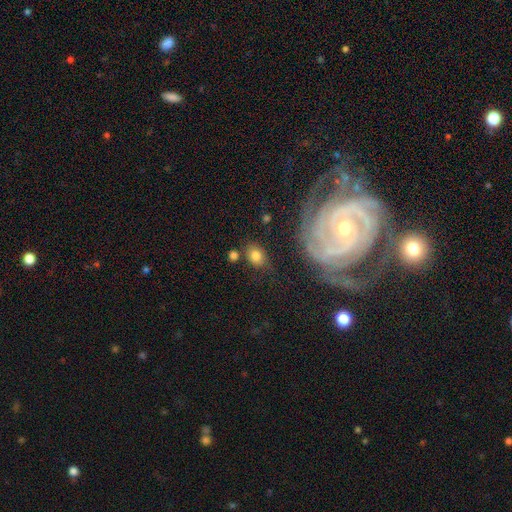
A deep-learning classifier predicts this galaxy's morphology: Q: Smooth or featured?
A: smooth (77%); runner-up: featured or disk (13%)
Q: How rounded?
A: in between (62%); runner-up: round (36%)
Q: Merging?
A: none (69%); runner-up: minor disturbance (17%)